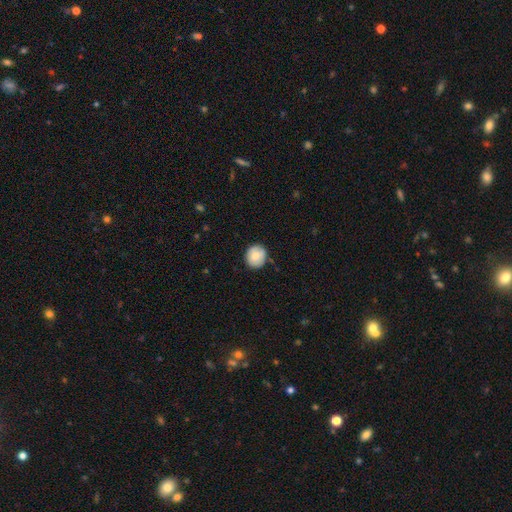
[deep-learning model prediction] A smooth galaxy with no disk features (80%) that is round (84%). Merging: none (83%).